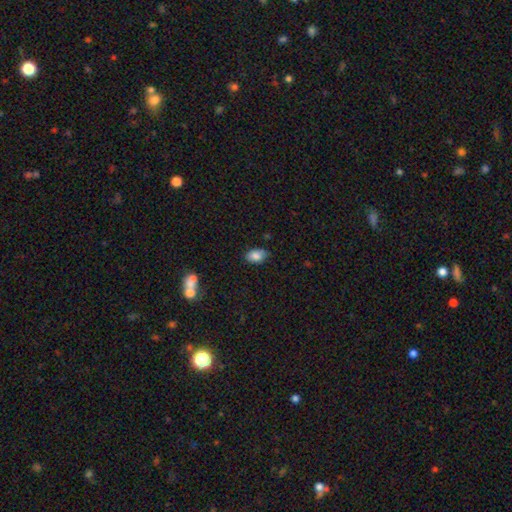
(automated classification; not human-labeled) Smooth or featured? Predicted: smooth (p=0.84). How rounded? Predicted: in between (p=0.87). Merging? Predicted: none (p=0.75).